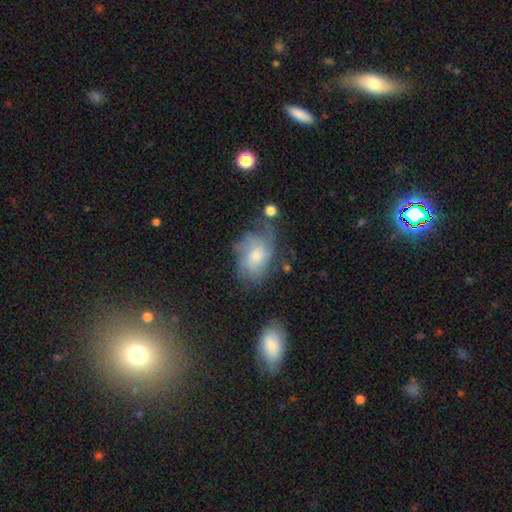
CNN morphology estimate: Overall: featured or disk (52%; smooth 37%). Edge-on disk: no (96%). Bar: no (73%). Spiral arms: yes (78%). Bulge size: moderate (57%; small 23%). Merging: none (51%; minor disturbance 27%).